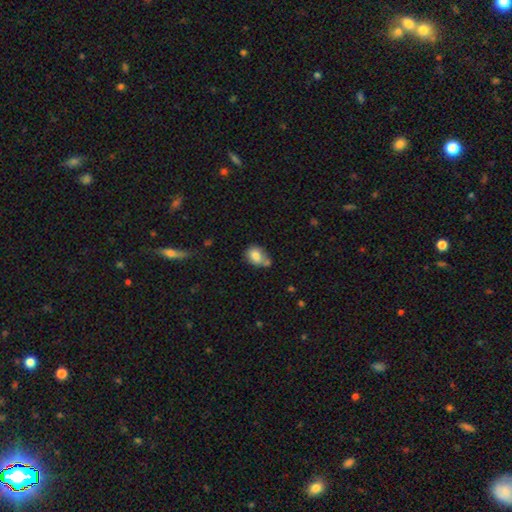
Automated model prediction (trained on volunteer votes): Smooth or featured? Predicted: smooth (p=0.78). How rounded? Predicted: in between (p=0.65). Merging? Predicted: none (p=0.43).